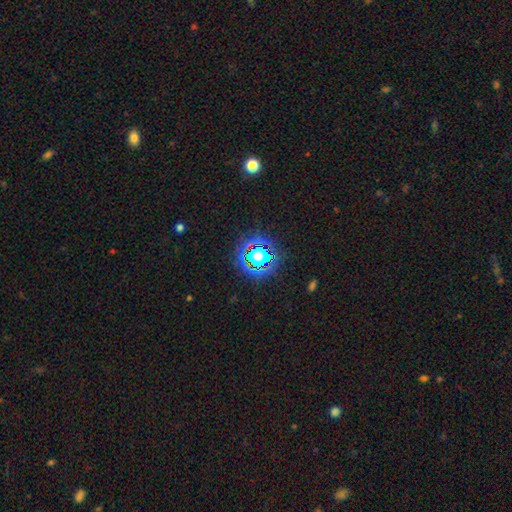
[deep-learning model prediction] The model was most divided on "smooth or featured": star or artifact: 79%, smooth: 13%, featured or disk: 8%.